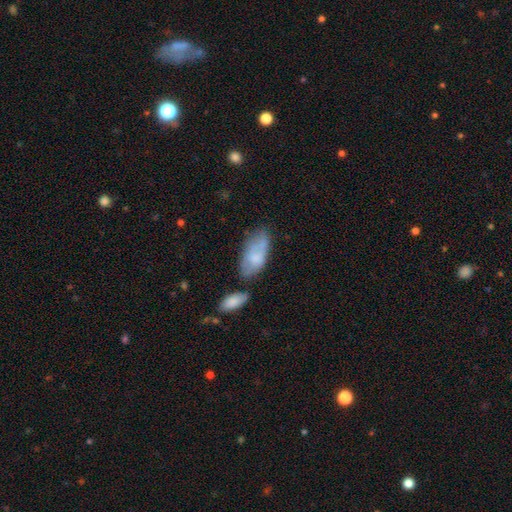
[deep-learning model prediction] A smooth galaxy with no disk features (63%) that is in between round and cigar-shaped (90%).

Vote fractions:
- Smooth or featured? smooth: 63% / featured or disk: 30% / star or artifact: 7%
- How rounded? in between: 90% / cigar-shaped: 7% / round: 2%
- Merging? none: 46% / minor disturbance: 28% / merger: 15% / major disturbance: 11%